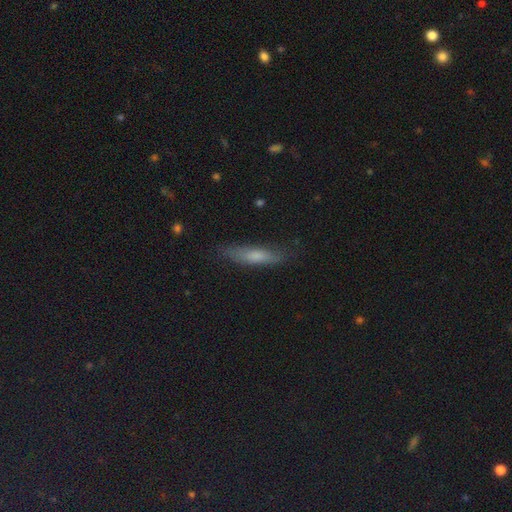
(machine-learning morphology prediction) Smooth or featured?
  - smooth: 67% *
  - featured or disk: 26%
  - star or artifact: 7%
How rounded?
  - cigar-shaped: 80% *
  - in between: 18%
  - round: 2%
Merging?
  - none: 79% *
  - minor disturbance: 16%
  - major disturbance: 4%
  - merger: 1%